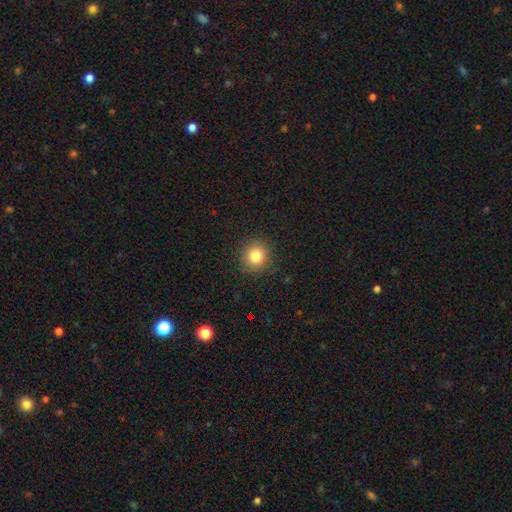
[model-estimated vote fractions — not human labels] Smooth or featured? Predicted: smooth (p=0.83). How rounded? Predicted: round (p=0.91). Merging? Predicted: none (p=0.90).